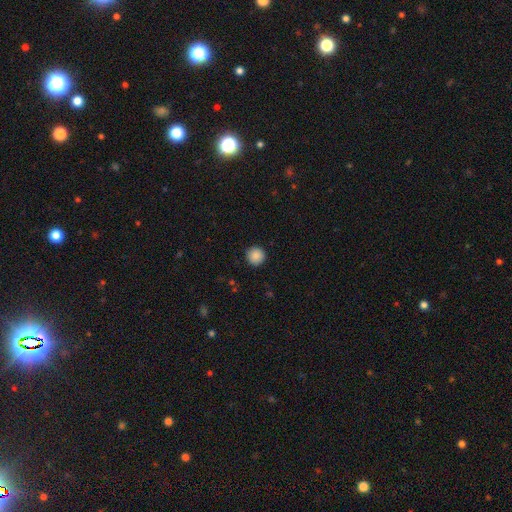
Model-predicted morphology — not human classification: type=smooth (88%); roundness=round (95%); merging=none (92%).